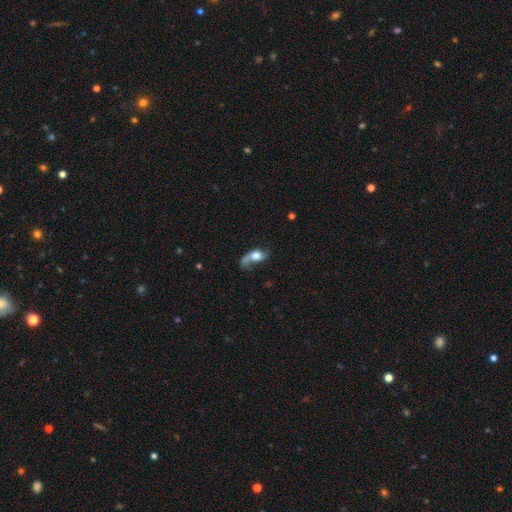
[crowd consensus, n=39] featured or disk 62%, smooth 33%, star or artifact 5%. Down the decision tree: edge-on disk — no (92%); bar — no (73%); spiral arms — yes (91%); spiral arm count — 1 (60%); spiral winding — loose (75%); bulge size — large (41%); merging — major disturbance (54%).